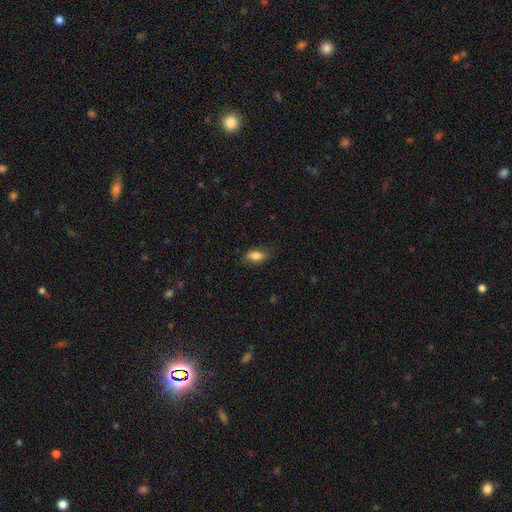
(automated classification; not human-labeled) This is clearly a smooth galaxy (82%). How rounded: clearly in between (86%). Merging: likely none (79%).